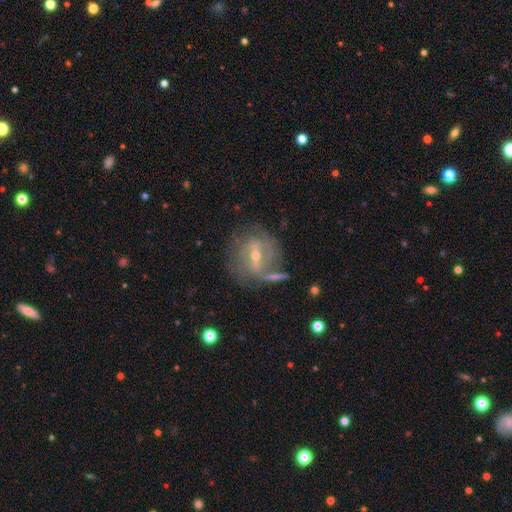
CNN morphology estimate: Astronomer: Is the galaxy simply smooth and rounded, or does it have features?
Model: featured or disk — 79%.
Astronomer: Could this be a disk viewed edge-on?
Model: no — 94%.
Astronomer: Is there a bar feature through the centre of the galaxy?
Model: weak — 42%, tied with strong at 42%.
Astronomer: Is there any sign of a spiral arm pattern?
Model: yes — 80%.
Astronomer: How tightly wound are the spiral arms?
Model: tight — 47% (runner-up: medium, 36%).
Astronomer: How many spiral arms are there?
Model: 2 — 40% (runner-up: can't tell, 35%).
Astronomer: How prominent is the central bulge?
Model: small — 50% (runner-up: moderate, 47%).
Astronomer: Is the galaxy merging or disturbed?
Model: none — 57%.